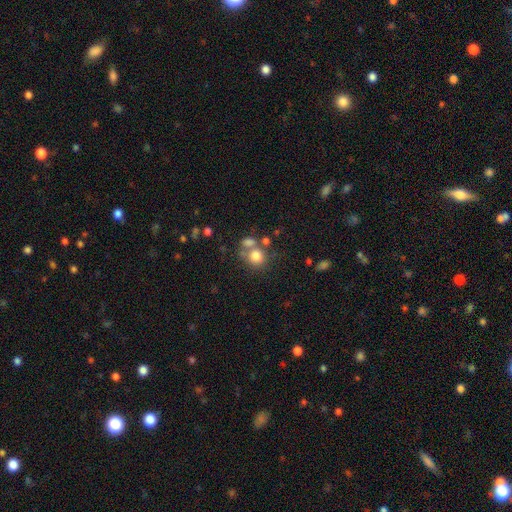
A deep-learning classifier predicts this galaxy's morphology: Q: Smooth or featured?
A: smooth (77%); runner-up: star or artifact (12%)
Q: How rounded?
A: round (81%); runner-up: in between (18%)
Q: Merging?
A: none (51%); runner-up: merger (33%)